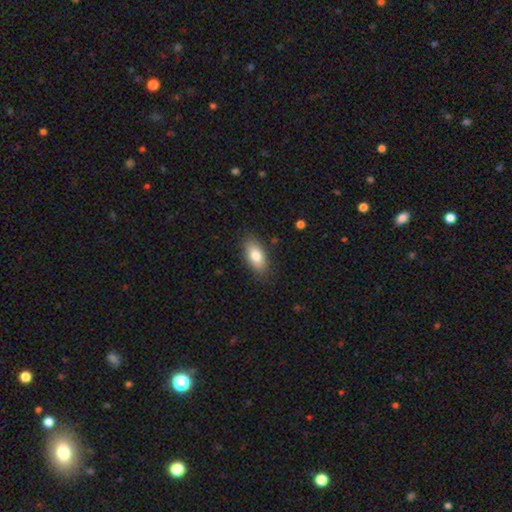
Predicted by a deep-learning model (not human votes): smooth 81%, featured or disk 12%, star or artifact 7%. Down the decision tree: how rounded — in between (88%); merging — none (85%).